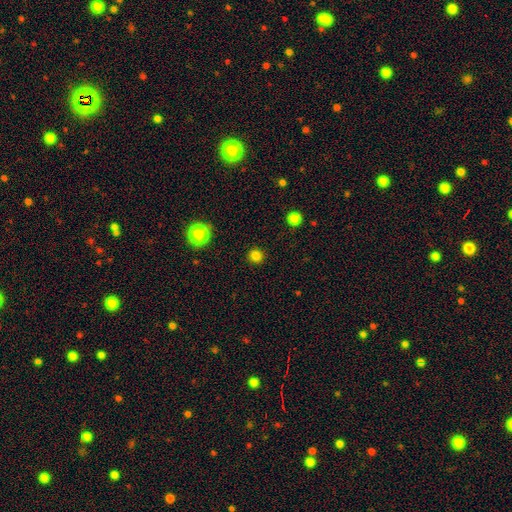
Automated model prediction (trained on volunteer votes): smooth_or_featured: smooth (p=0.82) [alt: star or artifact p=0.15]
how_rounded: round (p=0.92) [alt: in between p=0.07]
merging: none (p=0.91) [alt: minor disturbance p=0.06]